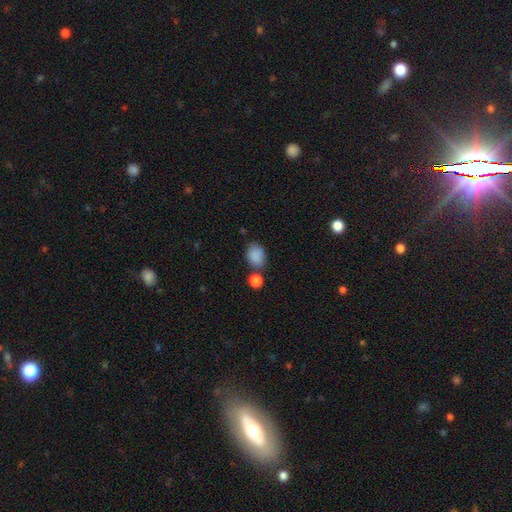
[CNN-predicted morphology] smooth_or_featured: smooth (p=0.87) [alt: star or artifact p=0.09]
how_rounded: in between (p=0.69) [alt: round p=0.30]
merging: none (p=0.67) [alt: minor disturbance p=0.16]